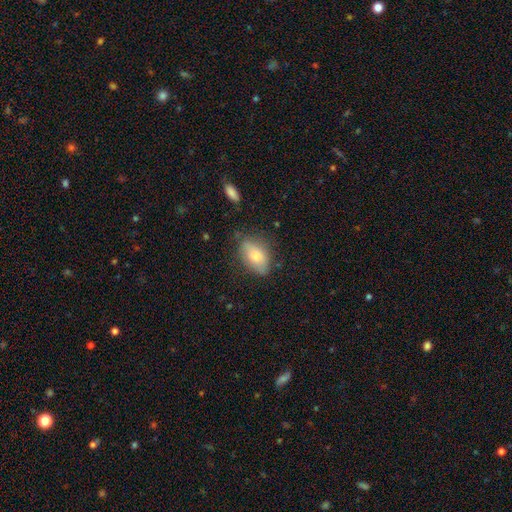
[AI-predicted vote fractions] A smooth galaxy with no disk features (69%) that is in between round and cigar-shaped (87%).

Vote fractions:
- Smooth or featured? smooth: 69% / featured or disk: 24% / star or artifact: 7%
- How rounded? in between: 87% / round: 7% / cigar-shaped: 5%
- Merging? none: 71% / minor disturbance: 22% / major disturbance: 5% / merger: 2%